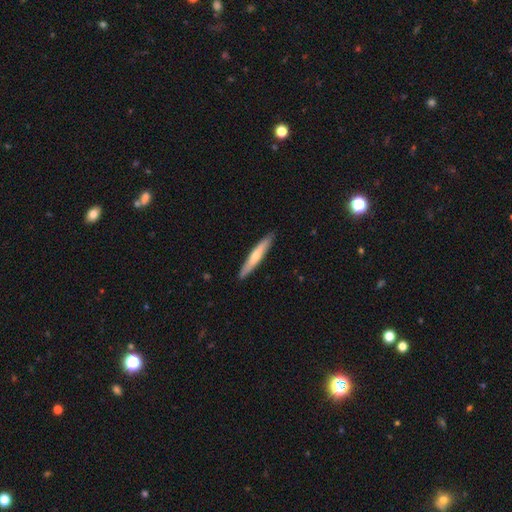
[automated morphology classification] A smooth galaxy with no disk features (53%) that is cigar-shaped (94%).

Vote fractions:
- Smooth or featured? smooth: 53% / featured or disk: 42% / star or artifact: 5%
- How rounded? cigar-shaped: 94% / in between: 5% / round: 1%
- Merging? none: 90% / minor disturbance: 8% / major disturbance: 1% / merger: 1%